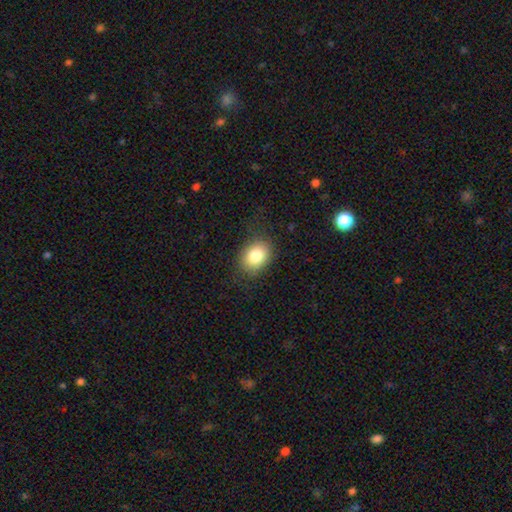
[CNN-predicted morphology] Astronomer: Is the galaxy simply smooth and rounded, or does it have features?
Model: smooth — 82%.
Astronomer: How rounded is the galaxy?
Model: in between — 63%.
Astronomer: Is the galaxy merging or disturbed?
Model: none — 82%.